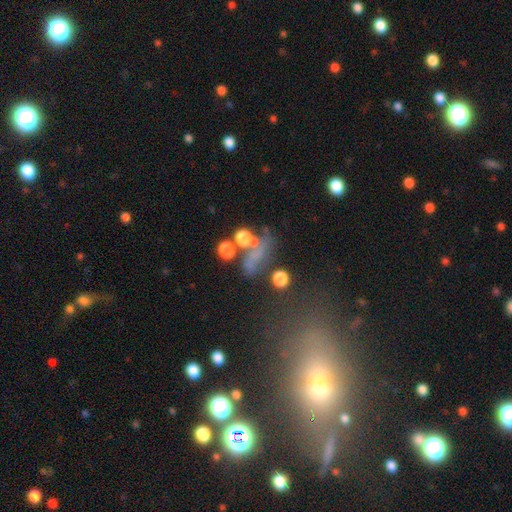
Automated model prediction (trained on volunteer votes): Smooth or featured: smooth — 43% (featured or disk — 29%)
Merging: none — 40% (major disturbance — 21%)